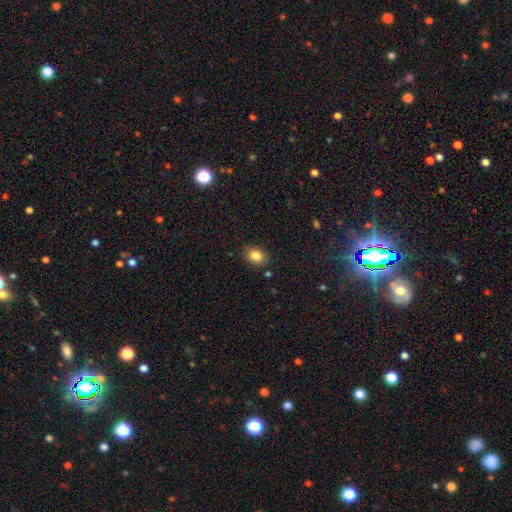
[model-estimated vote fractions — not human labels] A smooth galaxy with no disk features (85%) that is in between round and cigar-shaped (66%).

Vote fractions:
- Smooth or featured? smooth: 85% / star or artifact: 9% / featured or disk: 5%
- How rounded? in between: 66% / round: 33% / cigar-shaped: 1%
- Merging? none: 83% / minor disturbance: 12% / major disturbance: 3% / merger: 2%